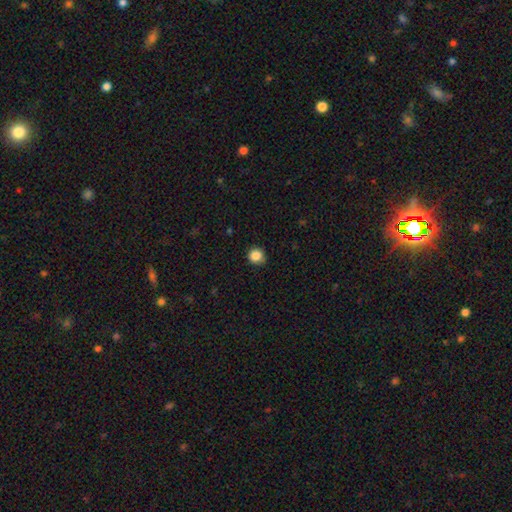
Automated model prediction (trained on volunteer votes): smooth 85%, star or artifact 10%, featured or disk 4%. Down the decision tree: how rounded — round (91%); merging — none (87%).